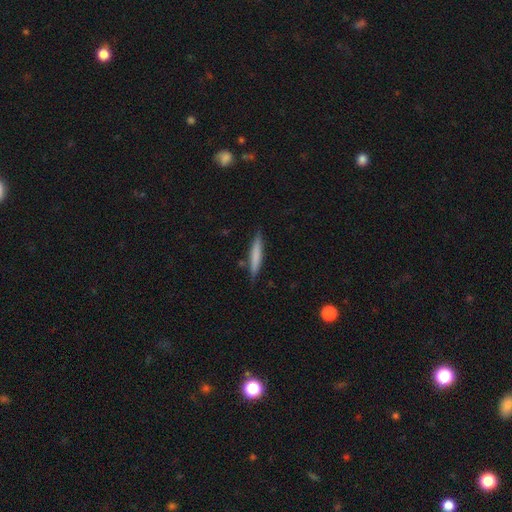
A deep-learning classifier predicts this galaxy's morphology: A smooth galaxy with no disk features (70%) that is cigar-shaped (93%). Merging: none (84%).